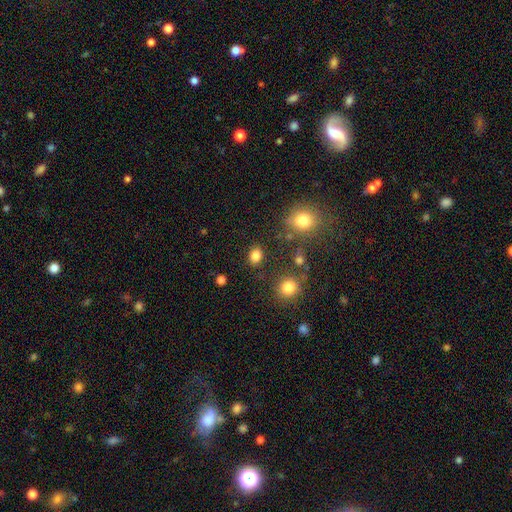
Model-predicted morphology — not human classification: Smooth or featured?
  - smooth: 84% *
  - star or artifact: 11%
  - featured or disk: 5%
How rounded?
  - in between: 64% *
  - round: 35%
  - cigar-shaped: 1%
Merging?
  - none: 84% *
  - minor disturbance: 9%
  - merger: 3%
  - major disturbance: 3%